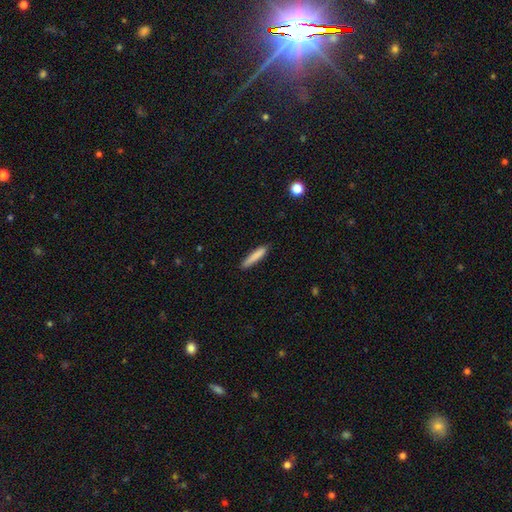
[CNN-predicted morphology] Q: Smooth or featured?
A: smooth (83%); runner-up: featured or disk (11%)
Q: How rounded?
A: cigar-shaped (90%); runner-up: in between (9%)
Q: Merging?
A: none (86%); runner-up: minor disturbance (11%)